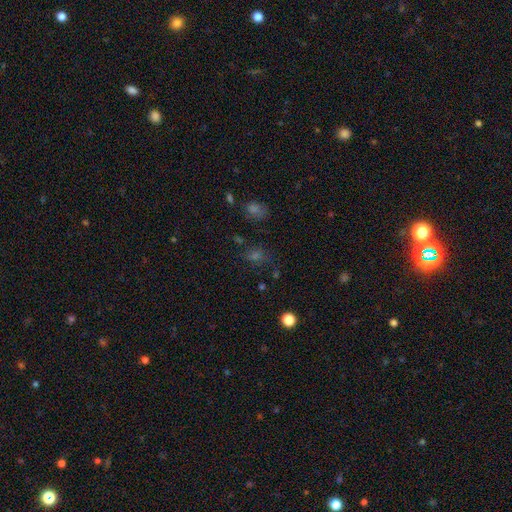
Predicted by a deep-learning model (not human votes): smooth_or_featured: star or artifact (p=0.45) [alt: smooth p=0.40]